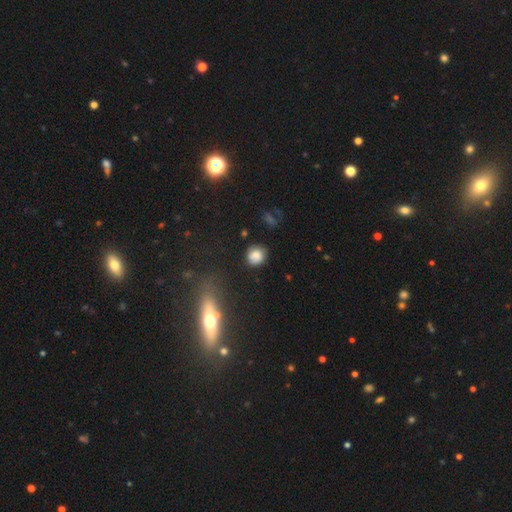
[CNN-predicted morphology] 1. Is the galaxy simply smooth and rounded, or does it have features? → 80% smooth, 11% star or artifact, 9% featured or disk.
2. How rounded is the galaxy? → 83% round, 16% in between, 1% cigar-shaped.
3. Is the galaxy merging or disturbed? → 77% none, 15% minor disturbance, 4% major disturbance, 3% merger.